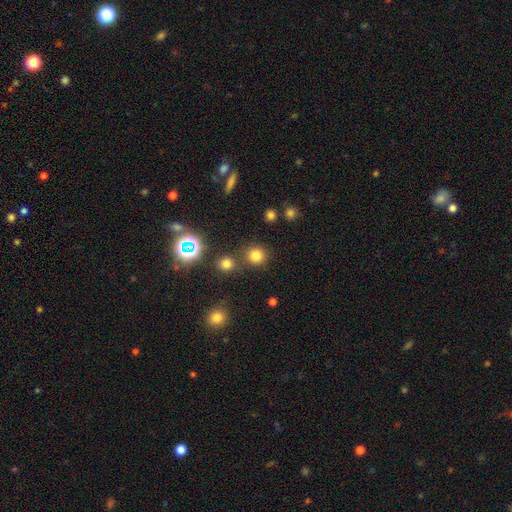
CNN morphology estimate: The model was most divided on "smooth or featured": smooth: 75%, star or artifact: 19%, featured or disk: 6%. More confident: how rounded — round (92%); merging — none (80%).